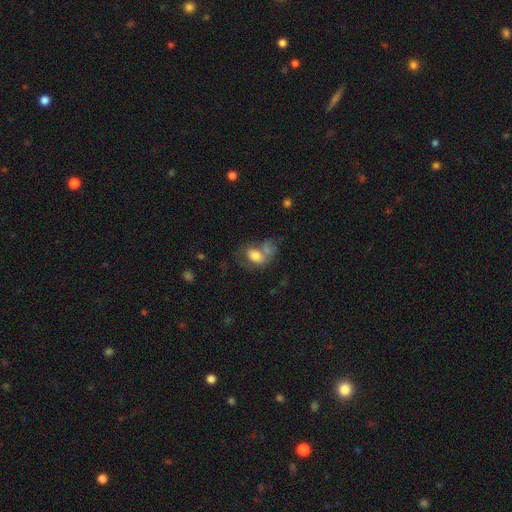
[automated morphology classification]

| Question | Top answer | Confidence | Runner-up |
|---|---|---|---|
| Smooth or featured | smooth | 67% | featured or disk (24%) |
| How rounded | in between | 81% | round (17%) |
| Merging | merger | 47% | none (22%) |